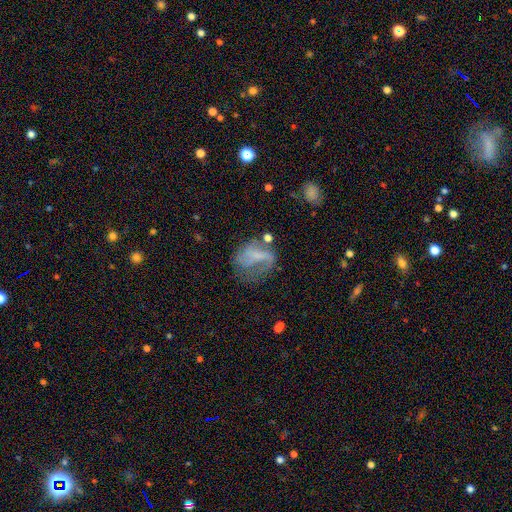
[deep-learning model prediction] smooth-or-featured: featured or disk: 49% | smooth: 38% | star or artifact: 13%
  merging: major disturbance: 38% | none: 32% | minor disturbance: 23% | merger: 6%